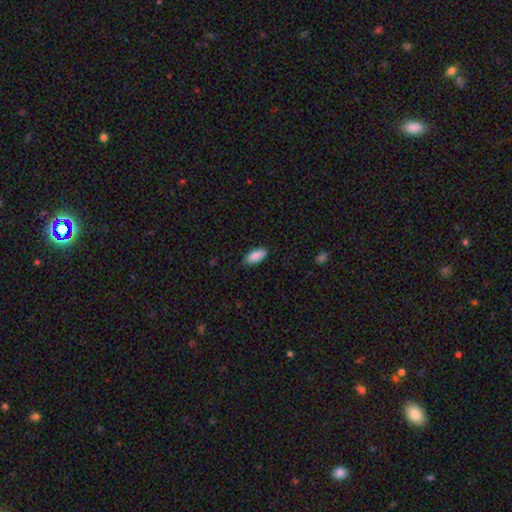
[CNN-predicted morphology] The model was most divided on "merging": none: 85%, minor disturbance: 12%, major disturbance: 2%, merger: 1%. More confident: how rounded — in between (90%); smooth or featured — smooth (90%).